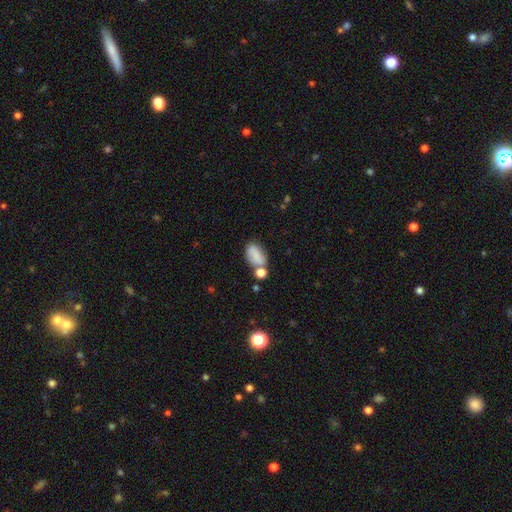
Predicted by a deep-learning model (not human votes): A smooth galaxy with no disk features (73%) that is in between round and cigar-shaped (88%). Merging: none (43%).